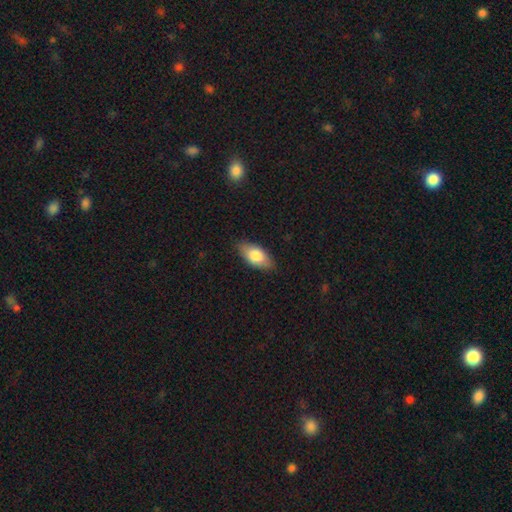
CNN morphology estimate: Smooth or featured? Predicted: smooth (p=0.78). How rounded? Predicted: in between (p=0.90). Merging? Predicted: none (p=0.83).